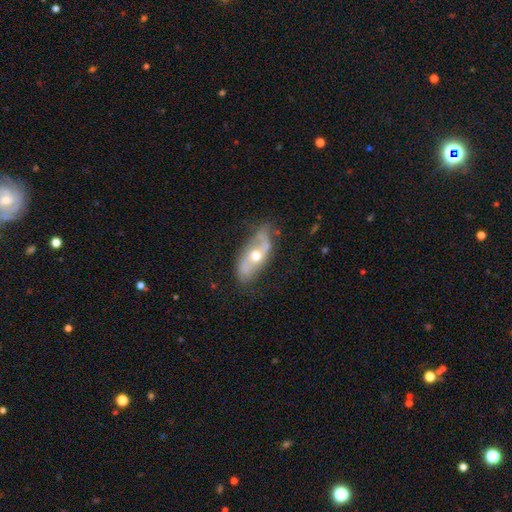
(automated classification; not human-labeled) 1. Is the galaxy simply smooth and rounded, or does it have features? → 78% featured or disk, 16% smooth, 6% star or artifact.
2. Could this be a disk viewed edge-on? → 89% no, 11% yes.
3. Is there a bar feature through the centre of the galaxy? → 58% no, 28% weak, 14% strong.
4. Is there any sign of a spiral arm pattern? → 84% yes, 16% no.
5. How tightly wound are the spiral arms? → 61% loose, 28% medium, 11% tight.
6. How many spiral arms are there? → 87% 2, 7% can't tell, 3% 1, 1% 3, 1% 4, 1% more than 4.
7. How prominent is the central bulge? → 76% moderate, 16% small, 7% large, 1% dominant, 1% none.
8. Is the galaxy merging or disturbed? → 66% none, 23% minor disturbance, 9% major disturbance, 2% merger.